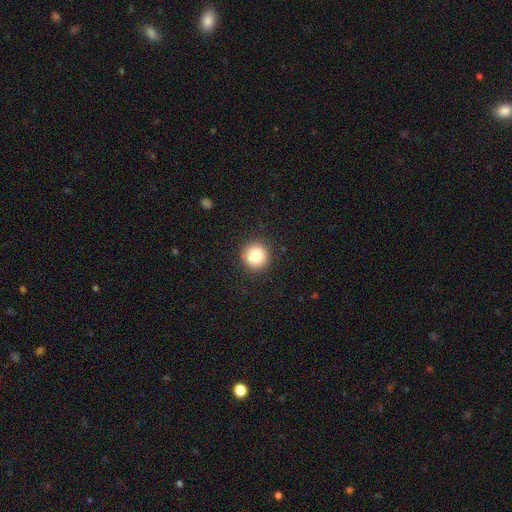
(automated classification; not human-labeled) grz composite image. It shows a smooth galaxy with no disk features (81%) that is round (95%). Merging: none (91%).